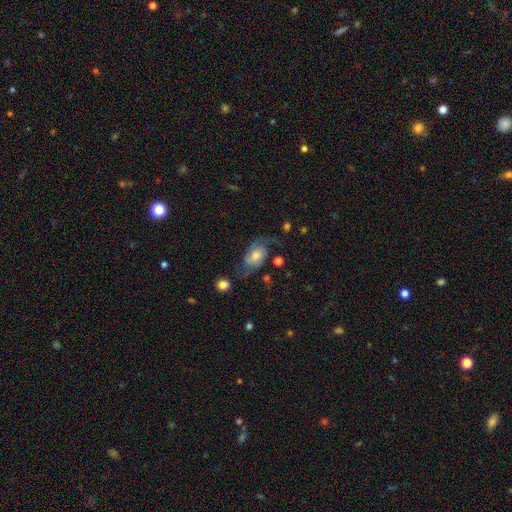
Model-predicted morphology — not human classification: Smooth or featured: featured or disk — 59% (smooth — 33%)
Edge-on disk: no — 96% (yes — 4%)
Bar: no — 65% (weak — 30%)
Spiral arms: yes — 88% (no — 12%)
Bulge size: moderate — 46% (small — 25%)
Merging: none — 47% (major disturbance — 25%)